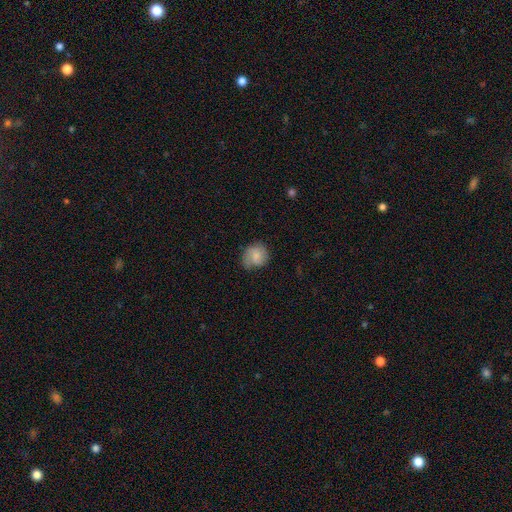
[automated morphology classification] Overall: smooth (72%). How rounded: round (75%). Merging: none (58%; minor disturbance 31%).